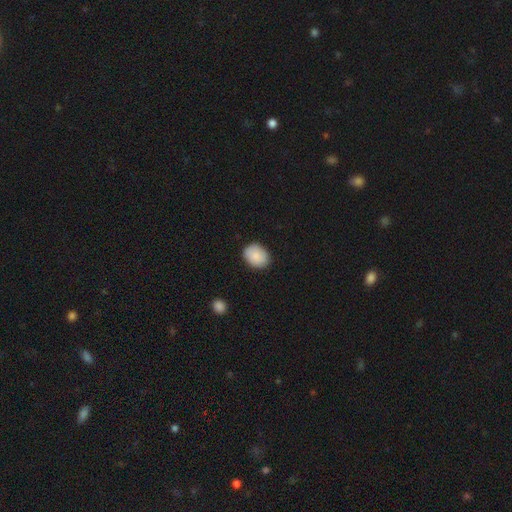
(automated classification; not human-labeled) A smooth galaxy with no disk features (87%) that is in between round and cigar-shaped (57%). Merging: none (87%).